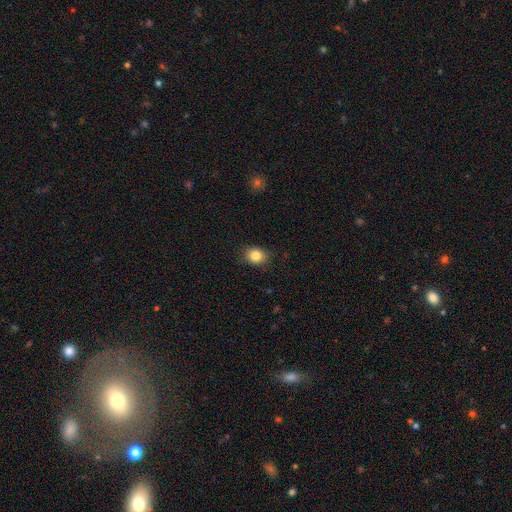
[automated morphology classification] This appears to be a smooth galaxy with no disk features (84%) that is round (58%). Merging: none (87%).